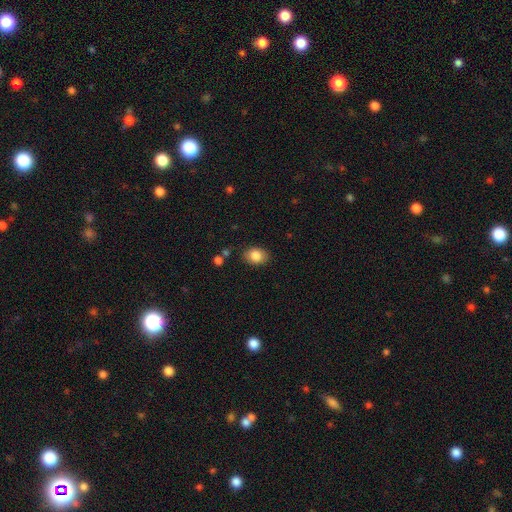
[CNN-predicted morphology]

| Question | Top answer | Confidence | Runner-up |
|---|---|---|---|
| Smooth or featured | smooth | 85% | star or artifact (8%) |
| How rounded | in between | 67% | round (32%) |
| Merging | none | 84% | minor disturbance (11%) |